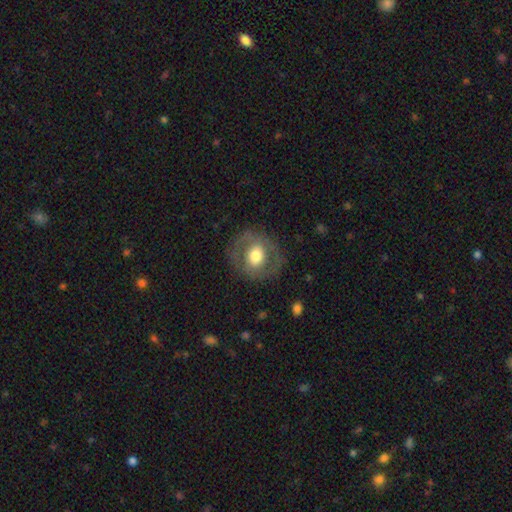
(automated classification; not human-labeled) Overall: smooth (50%; featured or disk 43%). Merging: none (78%).